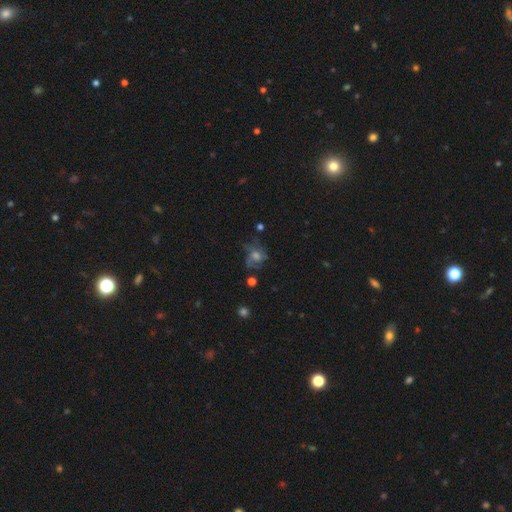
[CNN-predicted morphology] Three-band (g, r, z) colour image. It shows a featured or disk galaxy (52%). Merging: none (50%).